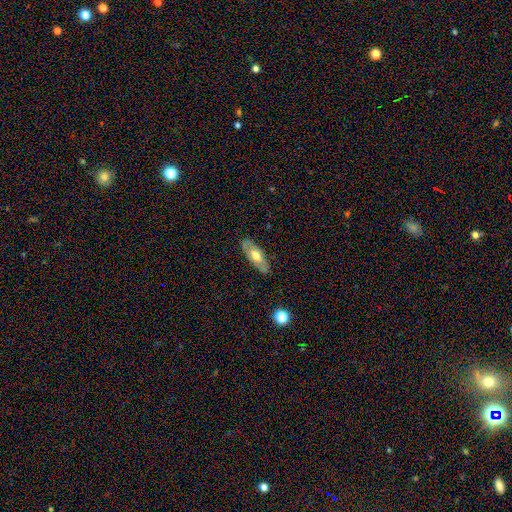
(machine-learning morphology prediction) Smooth or featured? Predicted: smooth (p=0.49). Merging? Predicted: none (p=0.85).